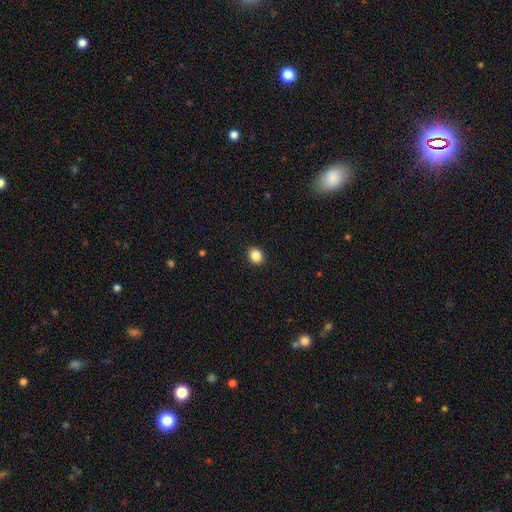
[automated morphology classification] The model was most divided on "how rounded": round: 55%, in between: 44%, cigar-shaped: 1%. More confident: merging — none (92%); smooth or featured — smooth (87%).